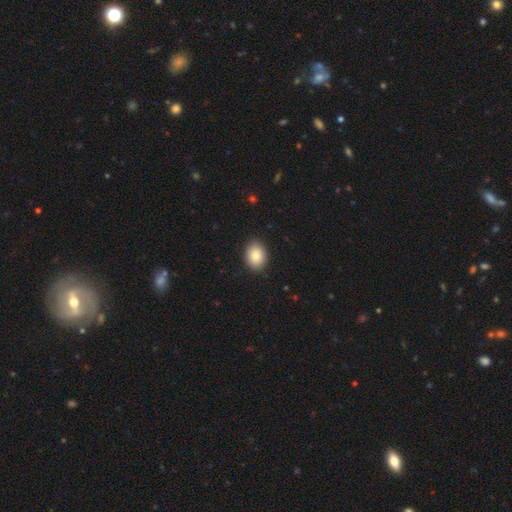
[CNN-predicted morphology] Smooth or featured?
  - smooth: 87% *
  - star or artifact: 7%
  - featured or disk: 6%
How rounded?
  - in between: 70% *
  - round: 29%
  - cigar-shaped: 1%
Merging?
  - none: 90% *
  - minor disturbance: 7%
  - major disturbance: 2%
  - merger: 1%